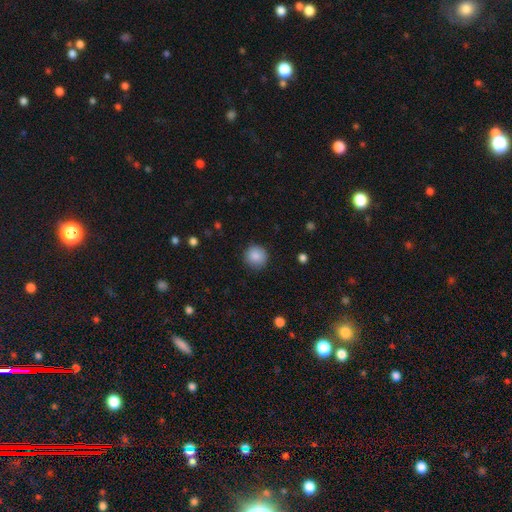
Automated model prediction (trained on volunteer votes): A smooth galaxy with no disk features (87%) that is round (94%). Merging: none (89%).